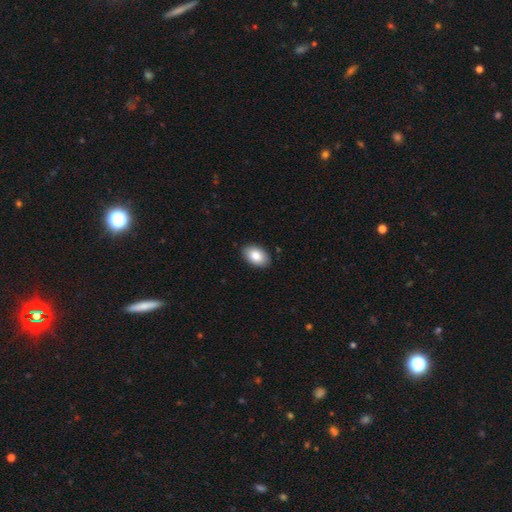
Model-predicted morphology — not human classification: Q: Smooth or featured?
A: smooth (85%); runner-up: featured or disk (9%)
Q: How rounded?
A: in between (91%); runner-up: round (8%)
Q: Merging?
A: none (88%); runner-up: minor disturbance (9%)